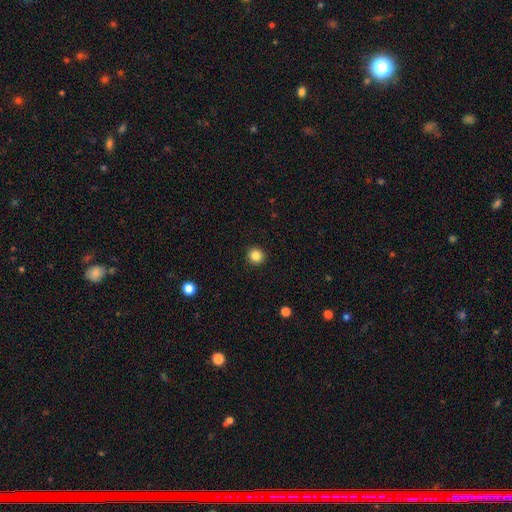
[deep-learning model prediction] Q: Smooth or featured?
A: smooth (85%); runner-up: star or artifact (11%)
Q: How rounded?
A: round (94%); runner-up: in between (5%)
Q: Merging?
A: none (93%); runner-up: minor disturbance (5%)